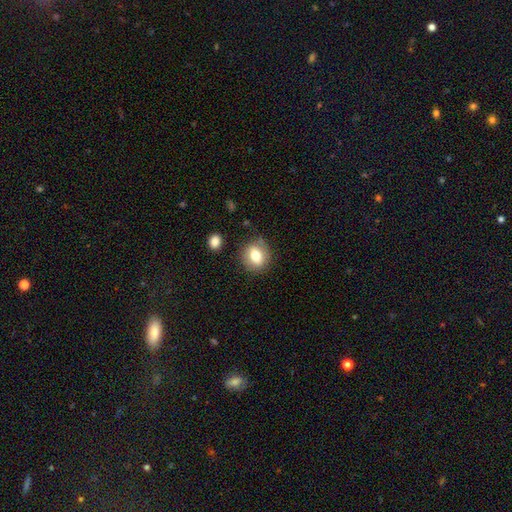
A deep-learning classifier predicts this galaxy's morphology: A smooth galaxy with no disk features (71%) that is round (61%).

Vote fractions:
- Smooth or featured? smooth: 71% / featured or disk: 20% / star or artifact: 9%
- How rounded? round: 61% / in between: 37% / cigar-shaped: 2%
- Merging? none: 82% / minor disturbance: 12% / major disturbance: 4% / merger: 3%